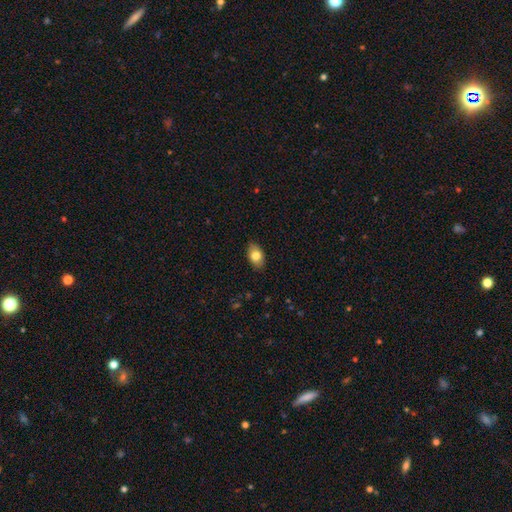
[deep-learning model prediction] Morphology: type=smooth (79%); roundness=in between (89%); merging=none (86%).